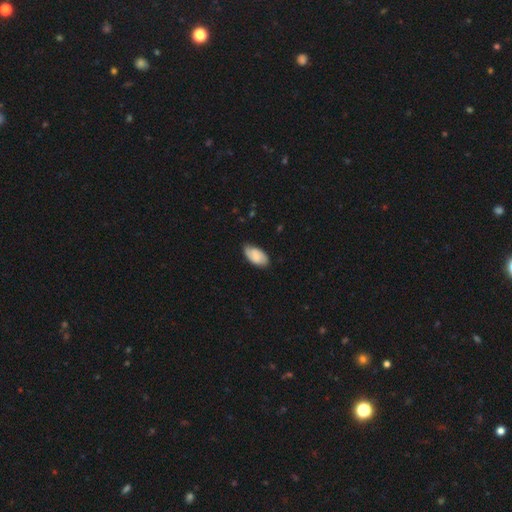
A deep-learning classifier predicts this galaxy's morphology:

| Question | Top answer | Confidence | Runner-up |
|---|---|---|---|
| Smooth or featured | smooth | 72% | featured or disk (21%) |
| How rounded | in between | 94% | round (3%) |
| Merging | none | 74% | minor disturbance (22%) |